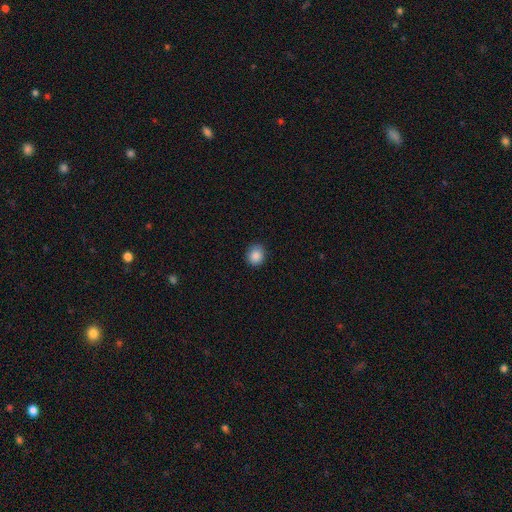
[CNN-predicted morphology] This is clearly a smooth galaxy (87%). How rounded: clearly round (80%). Merging: clearly none (86%).